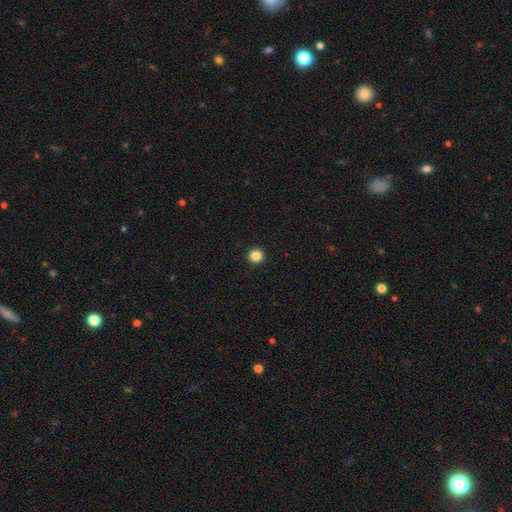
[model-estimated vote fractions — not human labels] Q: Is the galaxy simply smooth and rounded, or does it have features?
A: smooth — 85%.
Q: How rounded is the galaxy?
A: round — 96%.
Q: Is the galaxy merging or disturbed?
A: none — 94%.